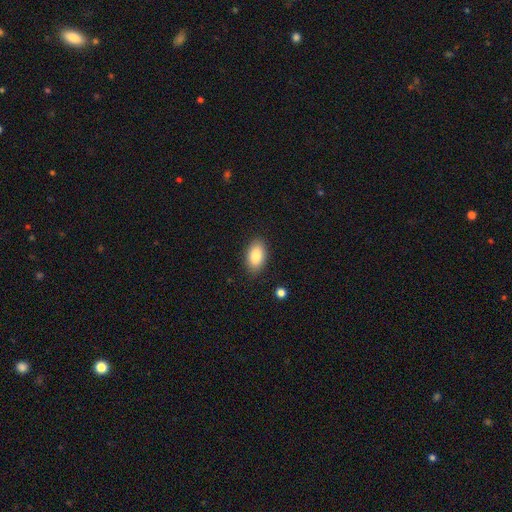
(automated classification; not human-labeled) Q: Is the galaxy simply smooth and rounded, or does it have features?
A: smooth — 87%.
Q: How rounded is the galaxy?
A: in between — 94%.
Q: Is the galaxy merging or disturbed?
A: none — 87%.